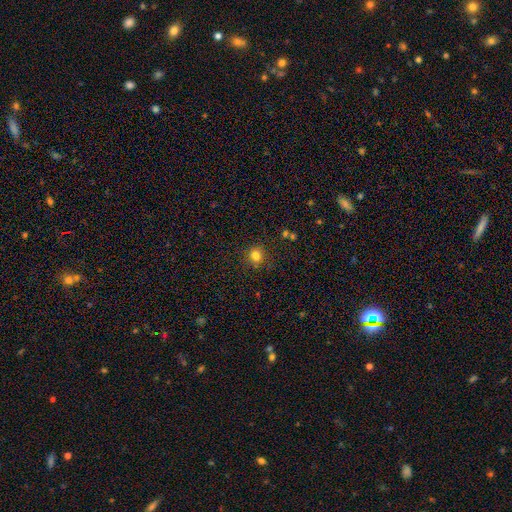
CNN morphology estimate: type=smooth (80%); roundness=round (89%); merging=none (87%).